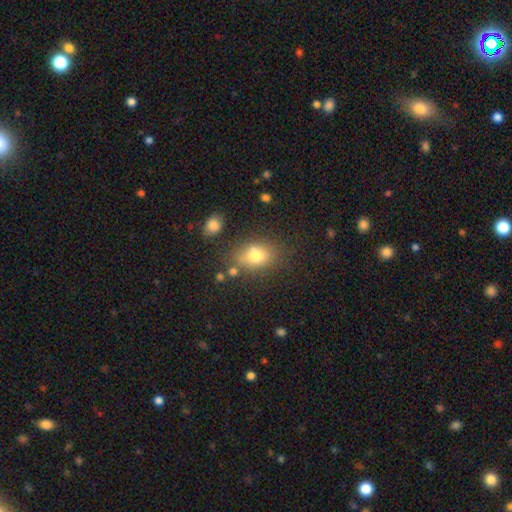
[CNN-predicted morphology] Smooth or featured: smooth — 76% (featured or disk — 13%)
How rounded: in between — 70% (round — 28%)
Merging: none — 66% (minor disturbance — 17%)